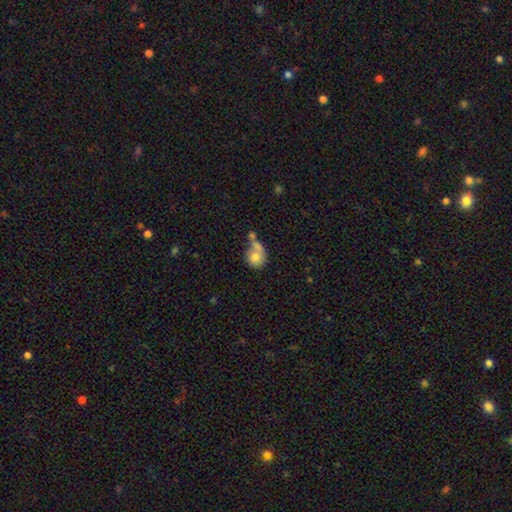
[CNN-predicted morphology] This is likely a smooth galaxy (75%). How rounded: clearly round (80%). Merging: marginally merger (43%).